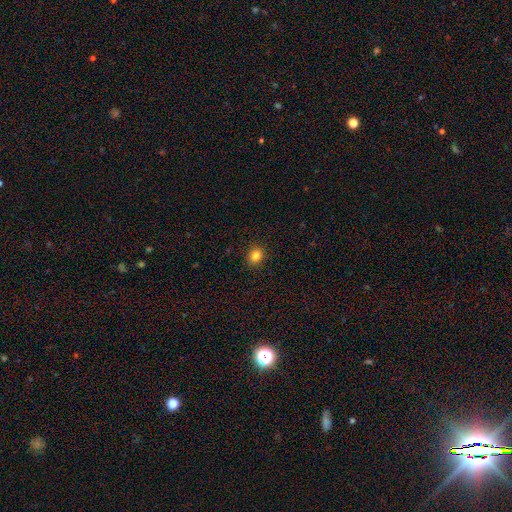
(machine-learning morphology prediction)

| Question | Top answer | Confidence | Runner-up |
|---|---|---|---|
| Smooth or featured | smooth | 84% | star or artifact (12%) |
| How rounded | round | 72% | in between (27%) |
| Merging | none | 90% | minor disturbance (7%) |